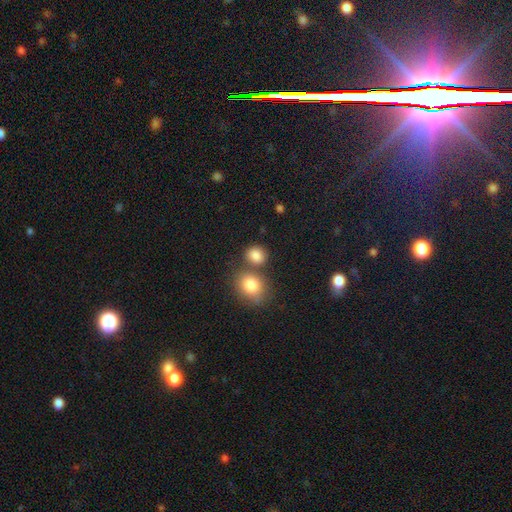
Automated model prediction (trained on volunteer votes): This is clearly a smooth galaxy (85%). How rounded: likely round (67%). Merging: likely none (60%).